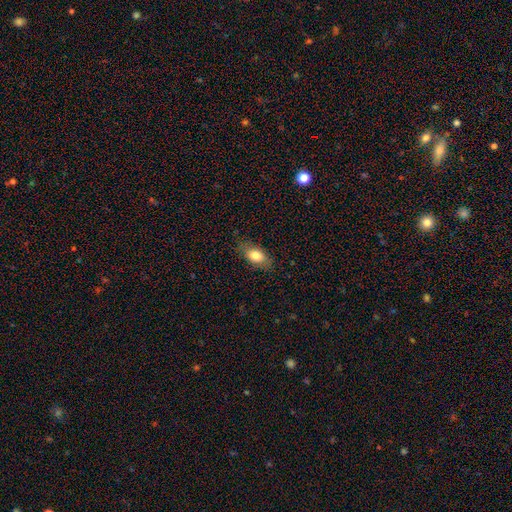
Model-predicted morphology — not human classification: This is likely a smooth galaxy (79%). How rounded: clearly in between (87%). Merging: clearly none (80%).